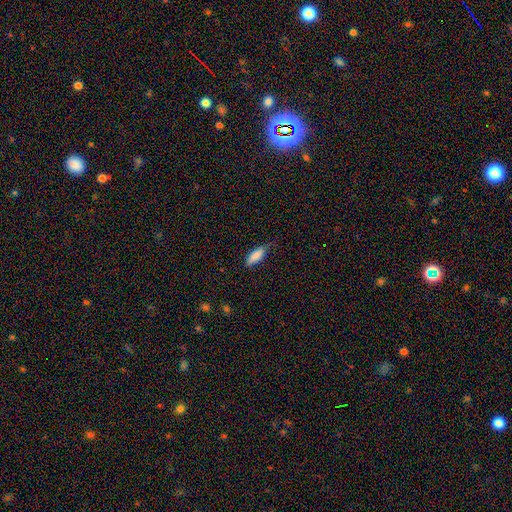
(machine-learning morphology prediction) Smooth or featured? Predicted: smooth (p=0.85). How rounded? Predicted: in between (p=0.67). Merging? Predicted: none (p=0.60).